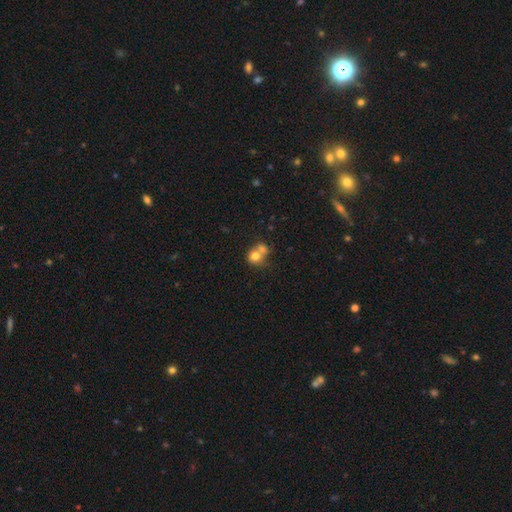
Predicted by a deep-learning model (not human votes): Overall: smooth (74%). How rounded: round (78%). Merging: merger (59%; none 31%).